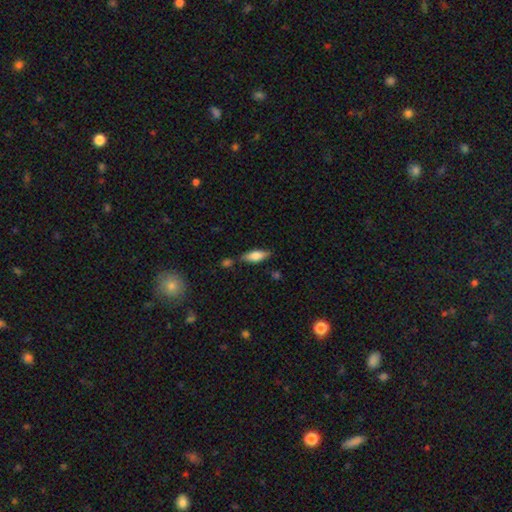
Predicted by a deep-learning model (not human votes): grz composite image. It shows a smooth galaxy with no disk features (73%) that is in between round and cigar-shaped (67%). Merging: none (69%).